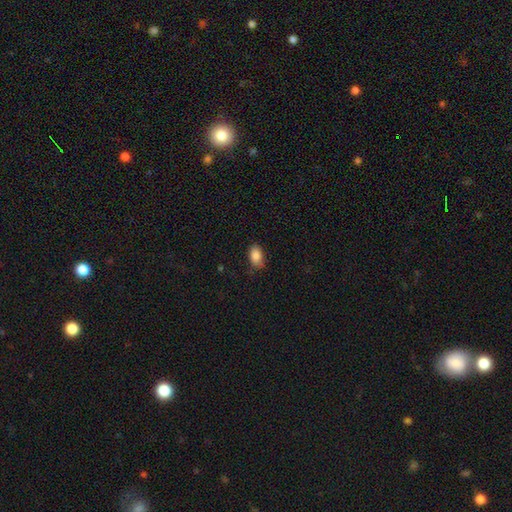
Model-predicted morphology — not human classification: This is clearly a smooth galaxy (87%). How rounded: clearly in between (89%). Merging: likely none (79%).